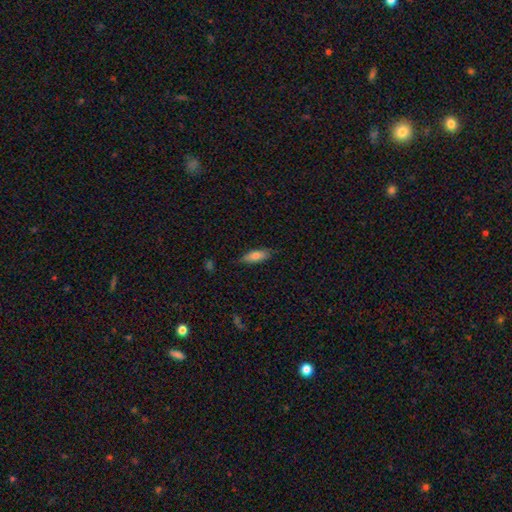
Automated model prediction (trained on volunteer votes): Morphology: type=smooth (73%); roundness=in between (63%); merging=none (79%).